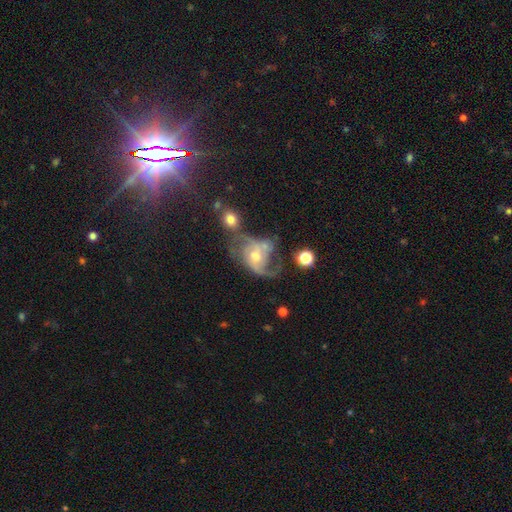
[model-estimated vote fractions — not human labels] A featured or disk galaxy (71%) with no bar (64%), 2 (55%) loose (48%) spiral arms (85%) and a moderate central bulge (61%).

Vote fractions:
- Smooth or featured? featured or disk: 71% / smooth: 18% / star or artifact: 11%
- Edge-on disk? no: 97% / yes: 3%
- Bar? no: 64% / weak: 30% / strong: 6%
- Spiral arms? yes: 85% / no: 15%
- Spiral winding? loose: 48% / medium: 38% / tight: 14%
- Spiral arm count? 2: 55% / 1: 17% / can't tell: 17% / 3: 7% / 4: 2% / more than 4: 2%
- Bulge size? moderate: 61% / small: 27% / large: 7% / none: 3% / dominant: 1%
- Merging? major disturbance: 34% / none: 26% / merger: 23% / minor disturbance: 17%